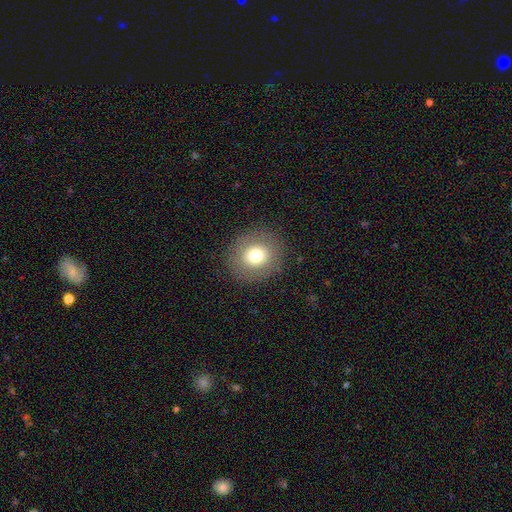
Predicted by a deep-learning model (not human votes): The model was most divided on "smooth or featured": smooth: 72%, featured or disk: 17%, star or artifact: 12%. More confident: how rounded — round (89%); merging — none (88%).